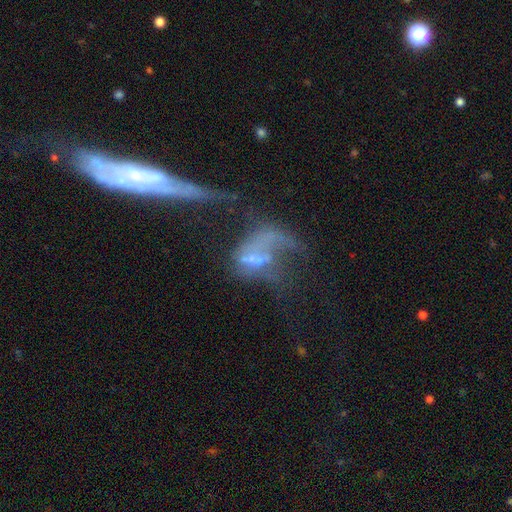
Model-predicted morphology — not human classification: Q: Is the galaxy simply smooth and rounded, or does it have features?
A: featured or disk — 55%.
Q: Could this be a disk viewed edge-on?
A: no — 91%.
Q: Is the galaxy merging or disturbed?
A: major disturbance — 38%.